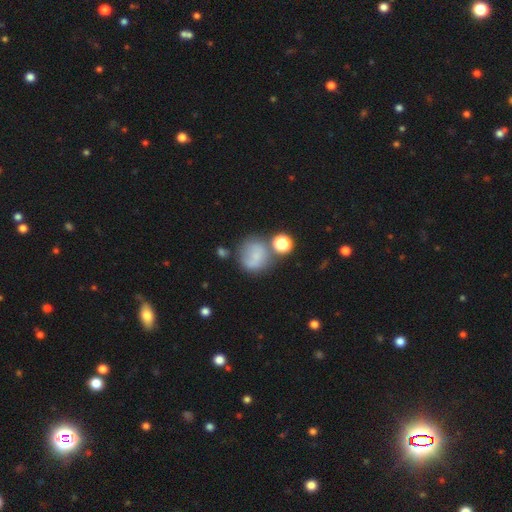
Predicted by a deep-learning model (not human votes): This appears to be a smooth galaxy with no disk features (64%) that is round (83%). Merging: none (50%).